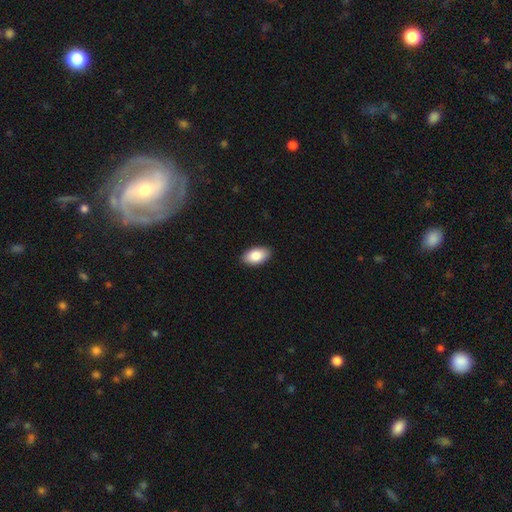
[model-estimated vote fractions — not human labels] smooth 87%, featured or disk 7%, star or artifact 6%. Down the decision tree: how rounded — in between (95%); merging — none (90%).